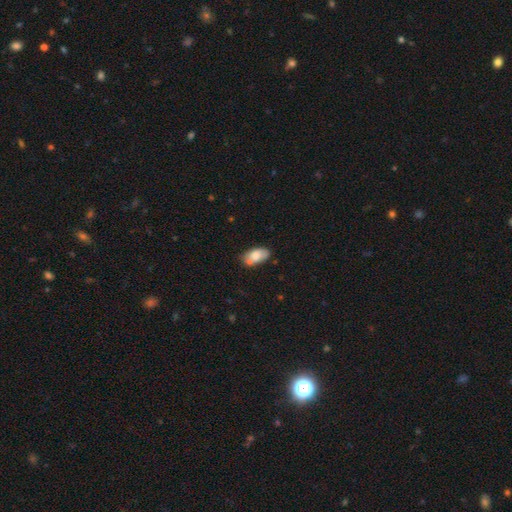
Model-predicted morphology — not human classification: A smooth galaxy with no disk features (73%) that is in between round and cigar-shaped (93%).

Vote fractions:
- Smooth or featured? smooth: 73% / featured or disk: 20% / star or artifact: 7%
- How rounded? in between: 93% / cigar-shaped: 4% / round: 3%
- Merging? none: 67% / minor disturbance: 23% / merger: 5% / major disturbance: 5%